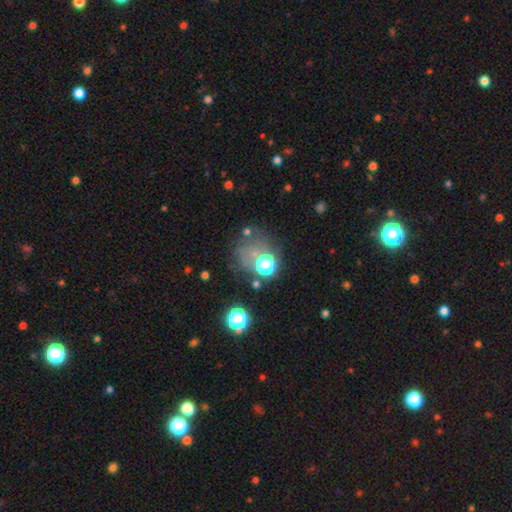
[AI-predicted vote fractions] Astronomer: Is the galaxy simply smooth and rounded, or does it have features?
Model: star or artifact — 44% (runner-up: smooth, 39%).